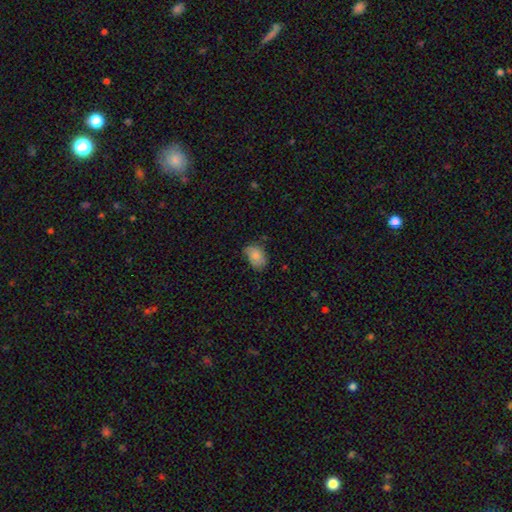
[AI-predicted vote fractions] Overall: smooth (80%). How rounded: in between (84%). Merging: none (59%; minor disturbance 33%).